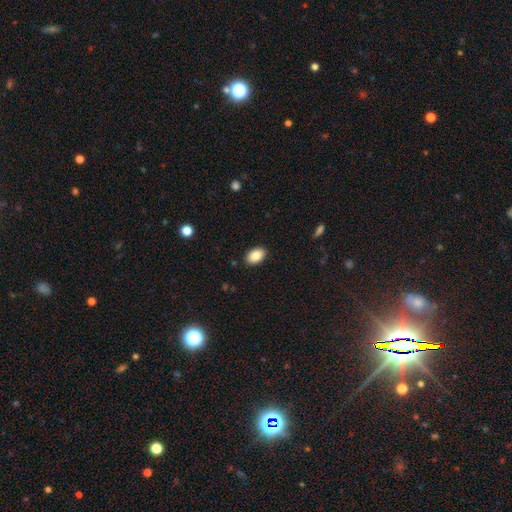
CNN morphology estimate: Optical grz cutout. It shows a smooth galaxy with no disk features (87%) that is in between round and cigar-shaped (89%). Merging: none (89%).